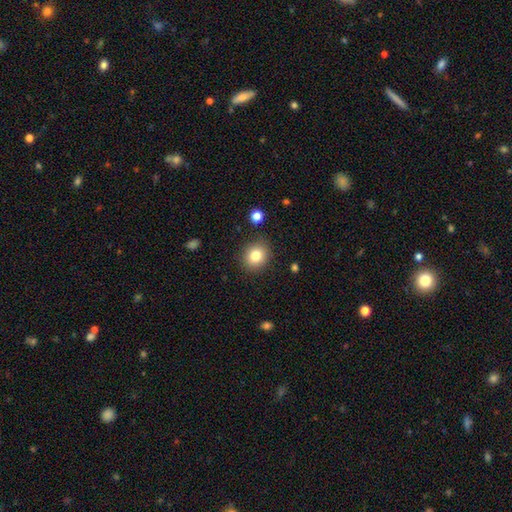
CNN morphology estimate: The model was most divided on "how rounded": round: 75%, in between: 25%, cigar-shaped: 1%. More confident: merging — none (88%); smooth or featured — smooth (81%).